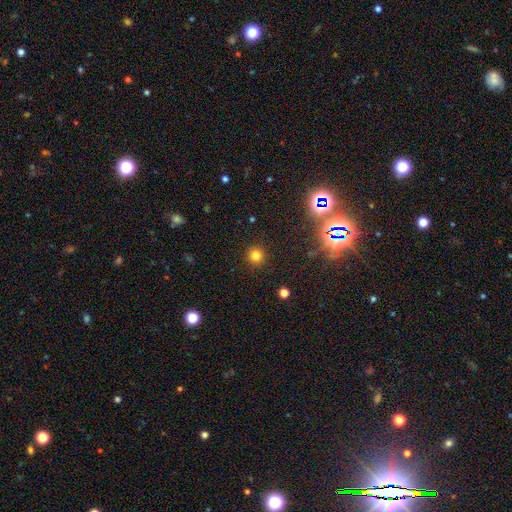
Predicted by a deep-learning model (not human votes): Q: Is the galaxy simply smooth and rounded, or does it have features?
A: smooth — 78%.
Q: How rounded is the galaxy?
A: round — 94%.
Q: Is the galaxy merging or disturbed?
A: none — 92%.